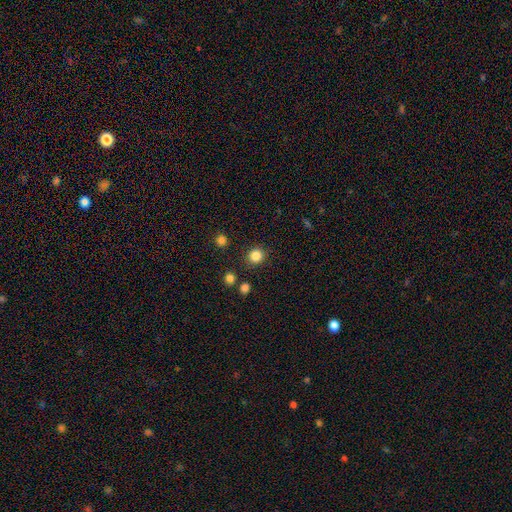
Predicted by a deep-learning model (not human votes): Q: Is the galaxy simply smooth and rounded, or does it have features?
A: smooth — 85%.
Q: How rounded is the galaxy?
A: round — 87%.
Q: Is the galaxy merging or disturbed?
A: none — 88%.